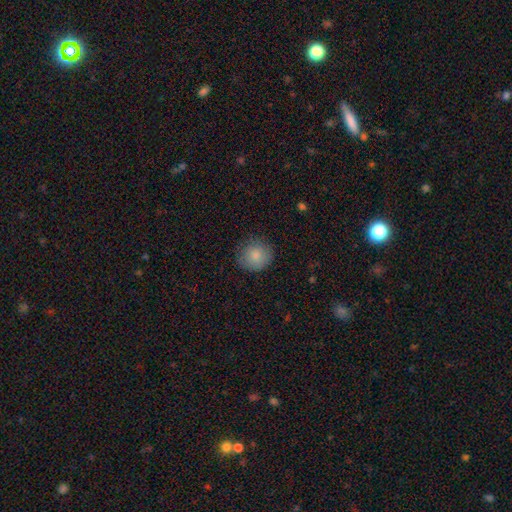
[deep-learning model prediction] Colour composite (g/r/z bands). It shows a smooth galaxy with no disk features (85%) that is round (89%). Merging: none (83%).